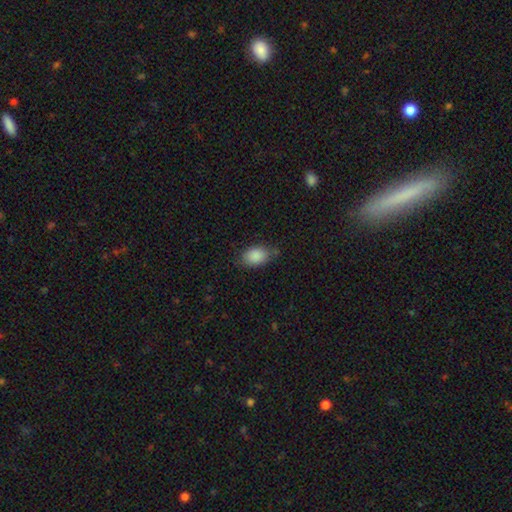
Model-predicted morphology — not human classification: This is clearly a smooth galaxy (88%). How rounded: clearly in between (87%). Merging: likely none (72%).